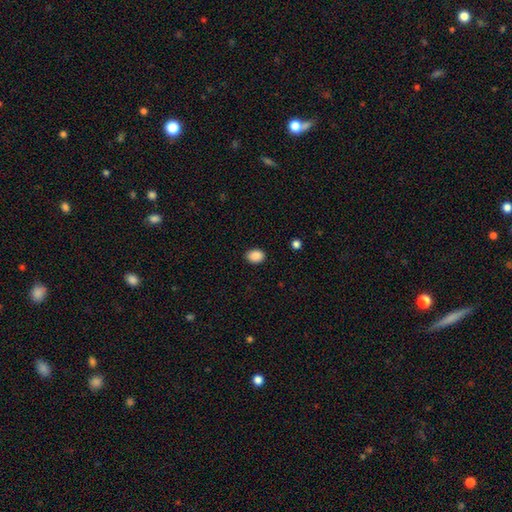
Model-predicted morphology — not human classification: smooth_or_featured: smooth (p=0.89) [alt: star or artifact p=0.08]
how_rounded: in between (p=0.68) [alt: round p=0.32]
merging: none (p=0.89) [alt: minor disturbance p=0.08]